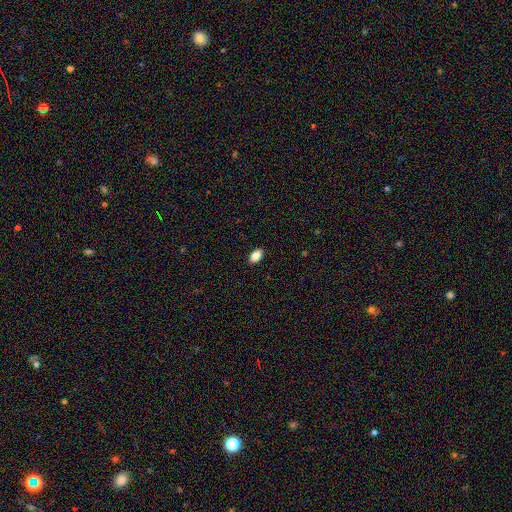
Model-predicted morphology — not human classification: smooth 87%, star or artifact 8%, featured or disk 5%. Down the decision tree: how rounded — in between (91%); merging — none (90%).